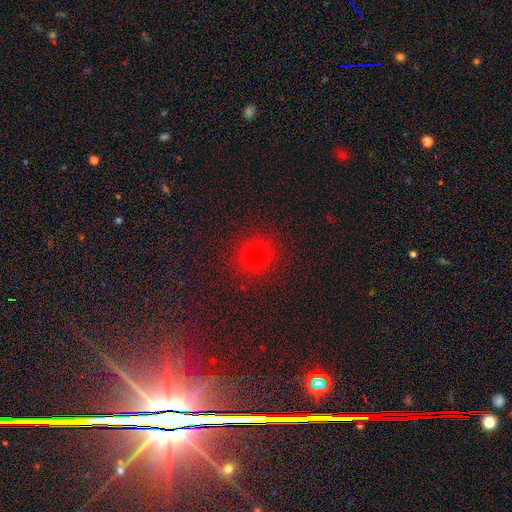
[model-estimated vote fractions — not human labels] smooth-or-featured: smooth: 74% | star or artifact: 19% | featured or disk: 7%
  how-rounded: round: 92% | in between: 7% | cigar-shaped: 1%
  merging: none: 90% | minor disturbance: 6% | major disturbance: 3% | merger: 1%